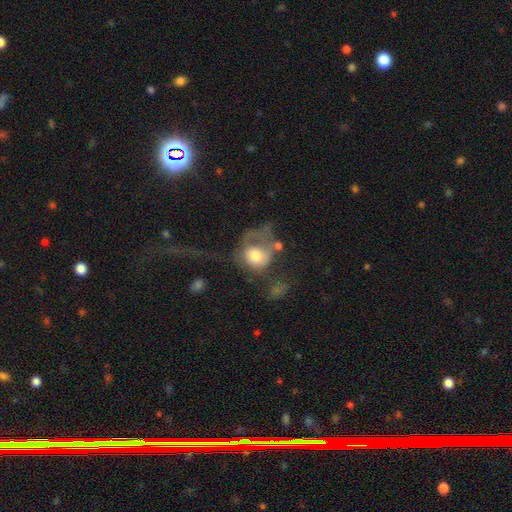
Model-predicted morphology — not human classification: Smooth or featured?
  - smooth: 58% *
  - featured or disk: 33%
  - star or artifact: 9%
How rounded?
  - round: 64% *
  - in between: 35%
  - cigar-shaped: 1%
Merging?
  - major disturbance: 56% *
  - none: 18%
  - minor disturbance: 15%
  - merger: 11%